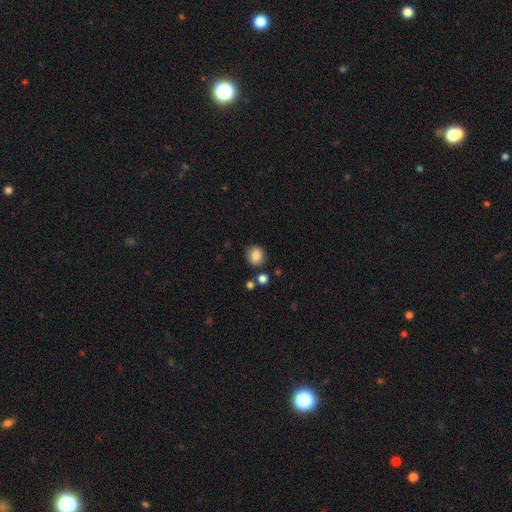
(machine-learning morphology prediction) A smooth galaxy with no disk features (86%) that is round (77%). Merging: none (82%).